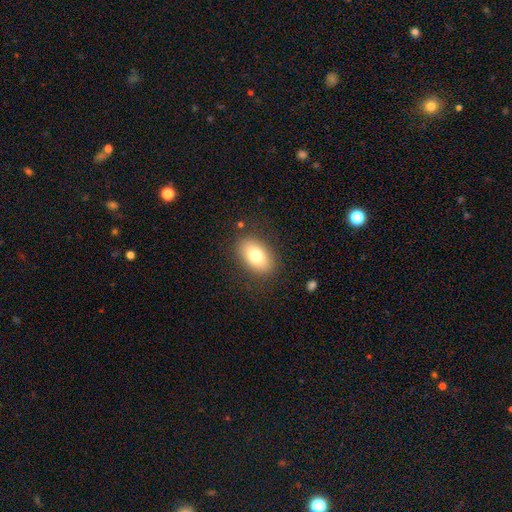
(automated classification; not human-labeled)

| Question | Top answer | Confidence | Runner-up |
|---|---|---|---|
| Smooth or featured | smooth | 77% | featured or disk (15%) |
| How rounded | in between | 89% | round (9%) |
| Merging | none | 84% | minor disturbance (11%) |